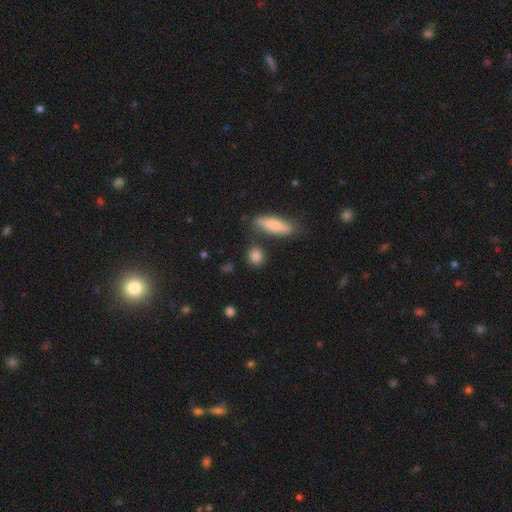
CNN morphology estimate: Smooth or featured?
  - smooth: 84% *
  - star or artifact: 9%
  - featured or disk: 7%
How rounded?
  - round: 61% *
  - in between: 29%
  - cigar-shaped: 10%
Merging?
  - none: 77% *
  - minor disturbance: 11%
  - merger: 8%
  - major disturbance: 4%